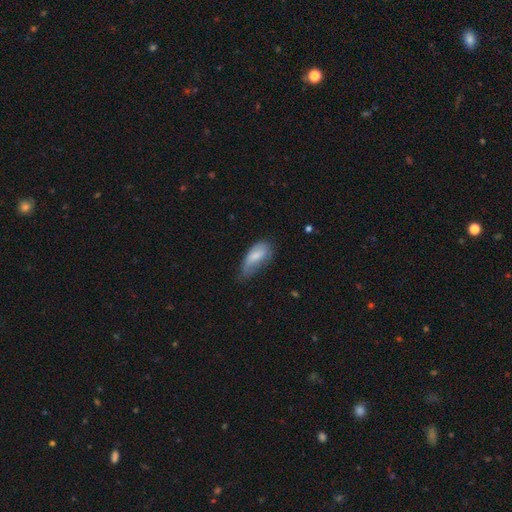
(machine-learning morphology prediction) This is likely a smooth galaxy (71%). How rounded: clearly in between (88%). Merging: marginally minor disturbance (43%).